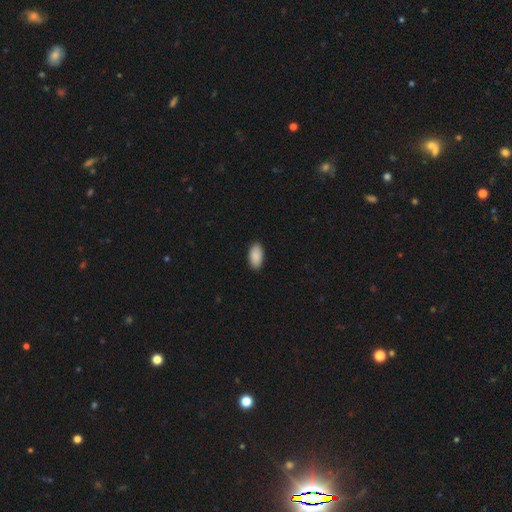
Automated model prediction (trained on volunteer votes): A smooth galaxy with no disk features (91%) that is in between round and cigar-shaped (95%). Merging: none (90%).